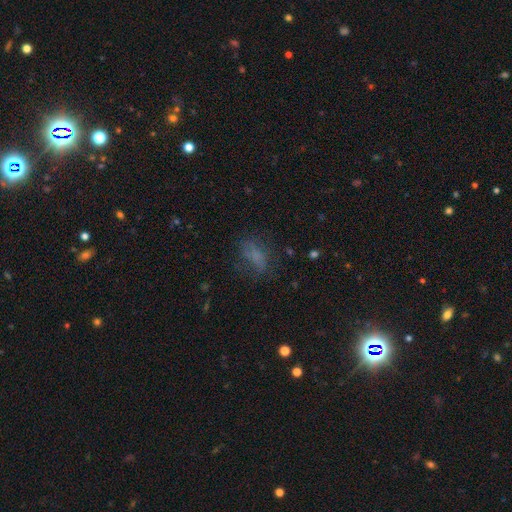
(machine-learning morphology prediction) type=smooth (60%); roundness=in between (78%); merging=none (54%).